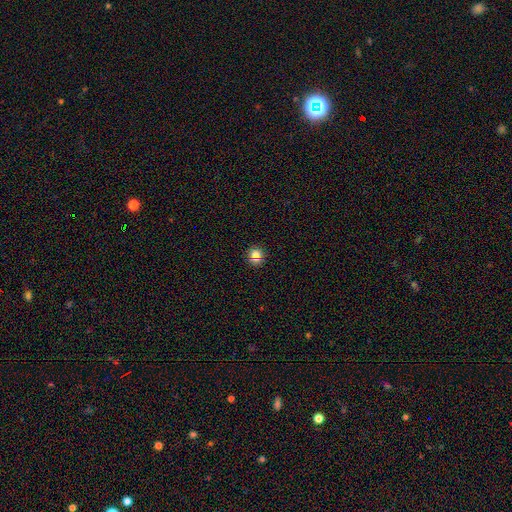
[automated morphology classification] Overall: smooth (67%). How rounded: round (92%). Merging: none (88%).